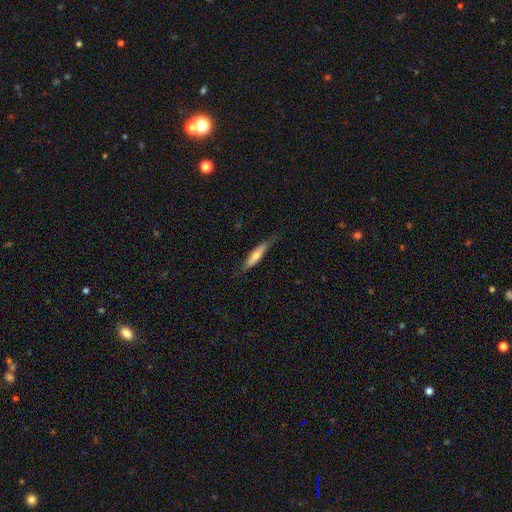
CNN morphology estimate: Smooth or featured? smooth (53%)
How rounded? cigar-shaped (83%)
Merging? none (74%)